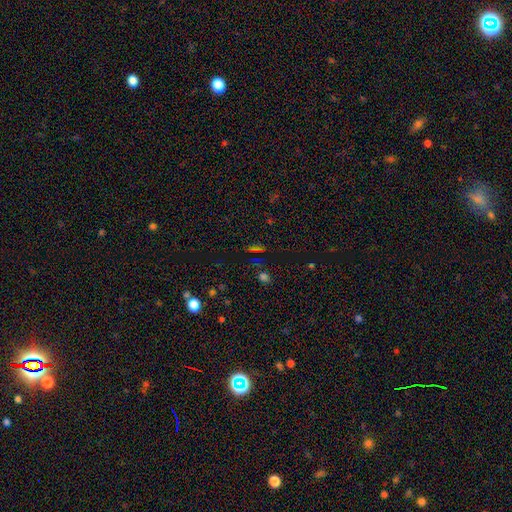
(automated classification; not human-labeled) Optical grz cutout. It shows a star or artifact, not a galaxy (48%).